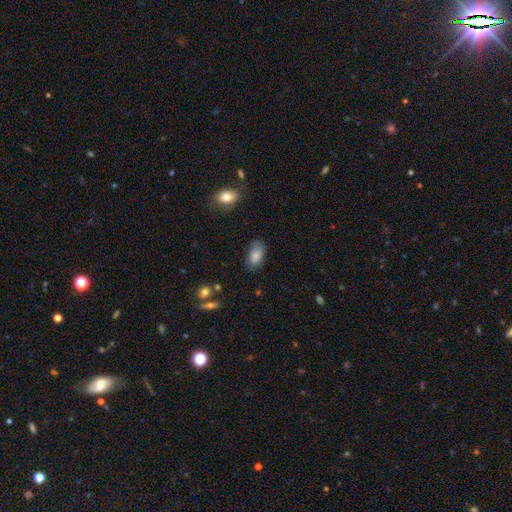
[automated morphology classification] type=smooth (82%); roundness=in between (93%); merging=none (69%).